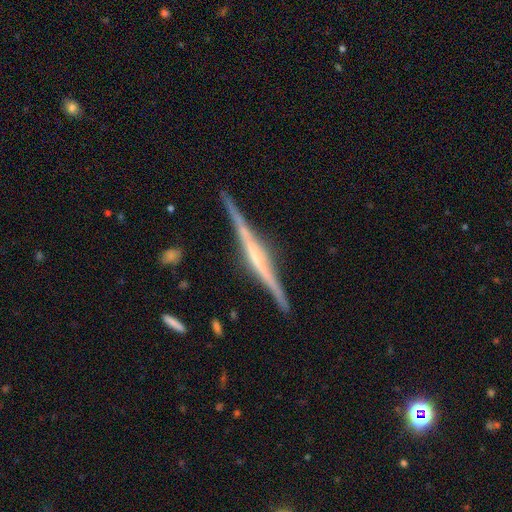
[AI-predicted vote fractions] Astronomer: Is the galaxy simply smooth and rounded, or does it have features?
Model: featured or disk — 82%.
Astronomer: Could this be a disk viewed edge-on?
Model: yes — 98%.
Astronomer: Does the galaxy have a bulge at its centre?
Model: none — 38% (runner-up: boxy, 31%).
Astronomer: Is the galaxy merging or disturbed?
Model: none — 86%.